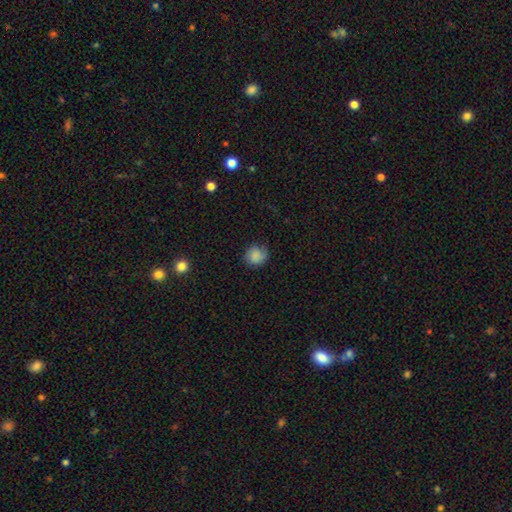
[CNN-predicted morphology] Smooth or featured?
  - smooth: 81% *
  - featured or disk: 10%
  - star or artifact: 9%
How rounded?
  - round: 83% *
  - in between: 16%
  - cigar-shaped: 1%
Merging?
  - none: 76% *
  - minor disturbance: 18%
  - major disturbance: 5%
  - merger: 1%